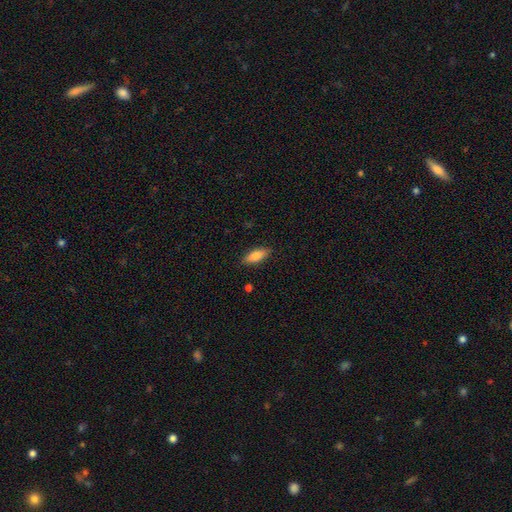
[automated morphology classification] Smooth or featured: smooth — 83% (featured or disk — 10%)
How rounded: in between — 72% (cigar-shaped — 26%)
Merging: none — 86% (minor disturbance — 11%)